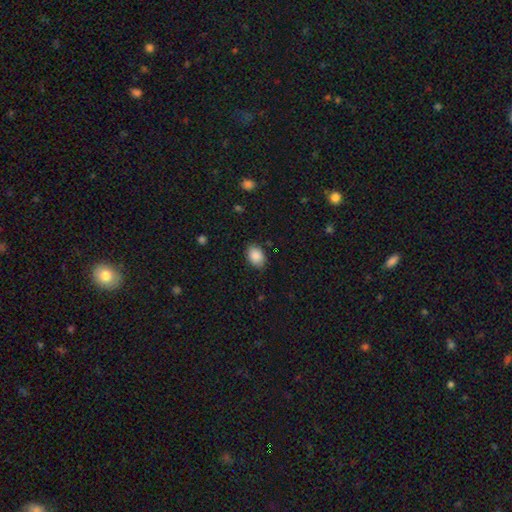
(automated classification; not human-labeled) Smooth or featured: smooth — 89% (star or artifact — 7%)
How rounded: in between — 81% (round — 18%)
Merging: none — 85% (minor disturbance — 12%)